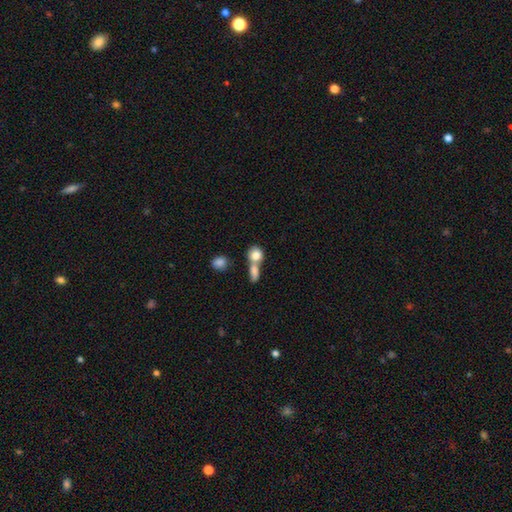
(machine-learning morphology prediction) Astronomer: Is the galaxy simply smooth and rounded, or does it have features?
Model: smooth — 81%.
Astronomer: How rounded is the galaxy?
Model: round — 69%.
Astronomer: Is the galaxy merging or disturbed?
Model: merger — 55% (runner-up: none, 32%).